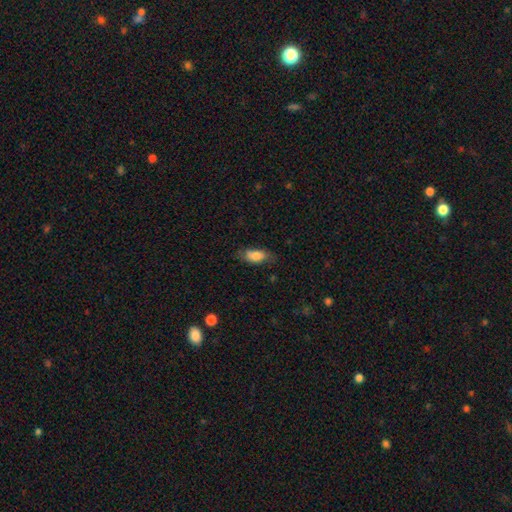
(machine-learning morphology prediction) Smooth or featured? Predicted: smooth (p=0.77). How rounded? Predicted: in between (p=0.85). Merging? Predicted: none (p=0.68).